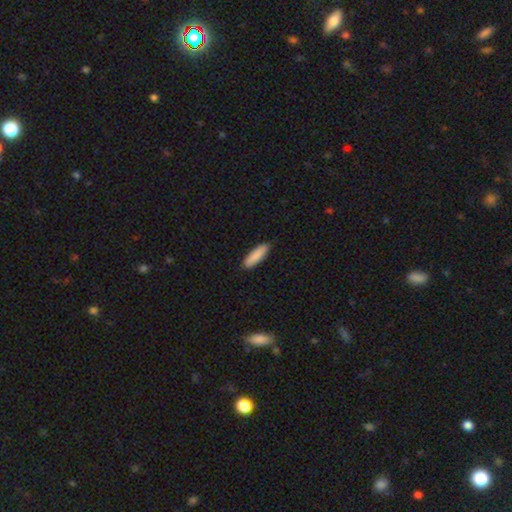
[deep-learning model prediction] The model was most divided on "how rounded": cigar-shaped: 63%, in between: 36%, round: 1%. More confident: merging — none (90%); smooth or featured — smooth (89%).